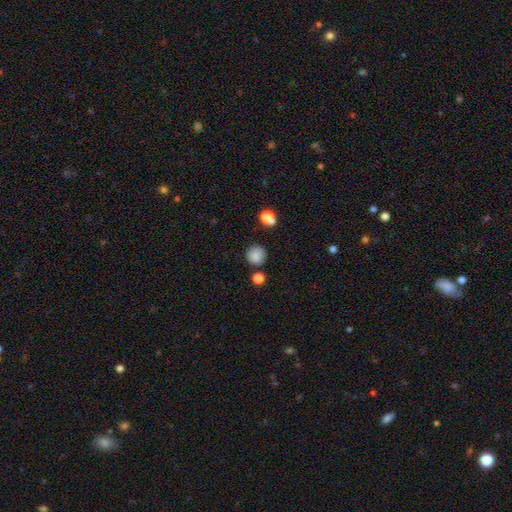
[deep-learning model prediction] smooth 85%, star or artifact 11%, featured or disk 5%. Down the decision tree: how rounded — round (93%); merging — none (81%).